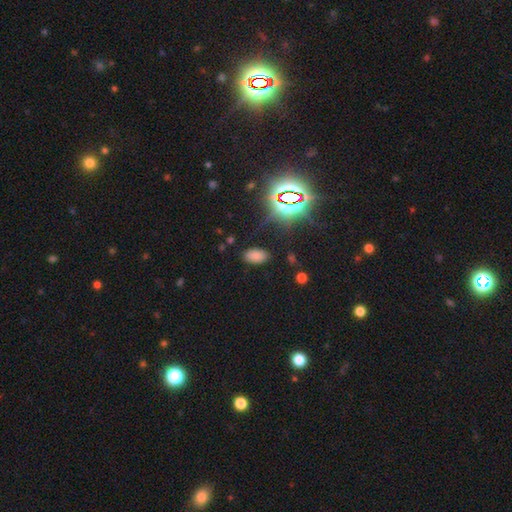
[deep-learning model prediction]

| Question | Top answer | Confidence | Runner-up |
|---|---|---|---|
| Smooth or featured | smooth | 71% | star or artifact (23%) |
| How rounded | in between | 94% | round (4%) |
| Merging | none | 85% | minor disturbance (10%) |